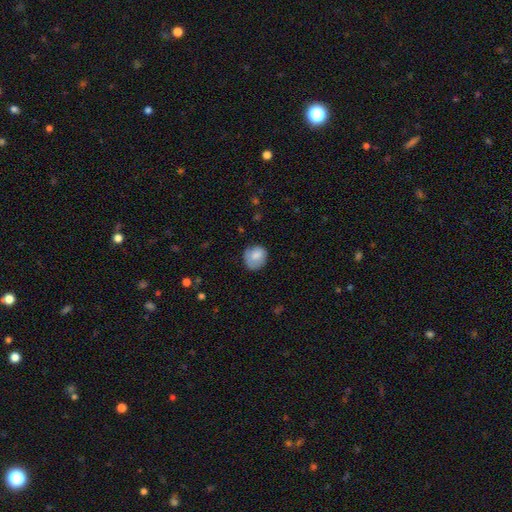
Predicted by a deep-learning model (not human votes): smooth 80%, featured or disk 13%, star or artifact 7%. Down the decision tree: how rounded — round (79%); merging — none (69%).